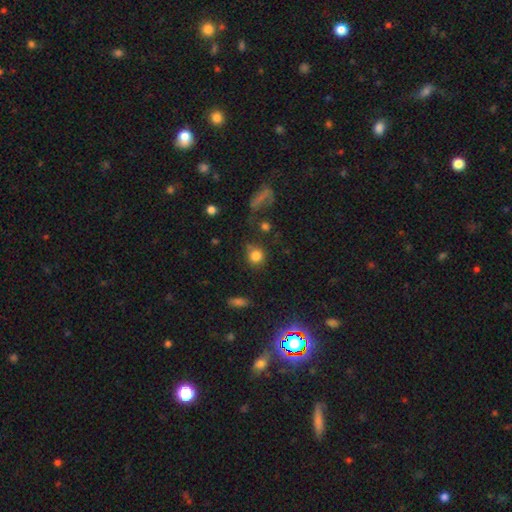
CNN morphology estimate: smooth_or_featured: smooth (p=0.81) [alt: star or artifact p=0.12]
how_rounded: round (p=0.85) [alt: in between p=0.13]
merging: none (p=0.70) [alt: minor disturbance p=0.16]